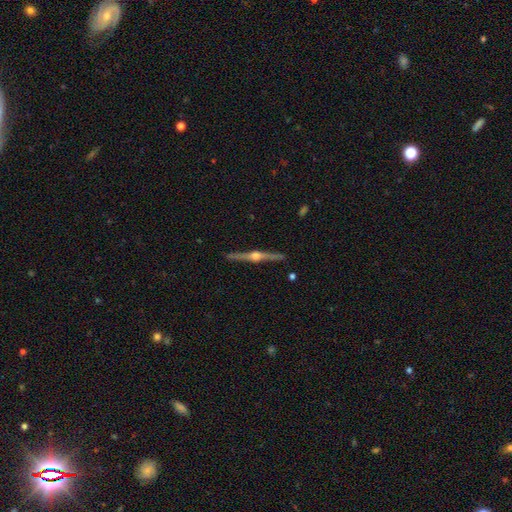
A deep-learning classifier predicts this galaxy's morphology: The model was most divided on "smooth or featured": featured or disk: 86%, smooth: 9%, star or artifact: 5%. More confident: edge-on disk — yes (99%); edge-on bulge — rounded (95%); merging — none (92%).